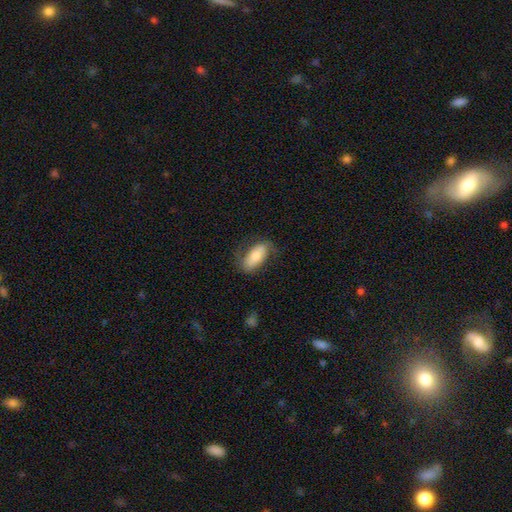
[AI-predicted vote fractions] The model was most divided on "smooth or featured": smooth: 65%, featured or disk: 29%, star or artifact: 7%. More confident: how rounded — in between (85%); merging — none (68%).